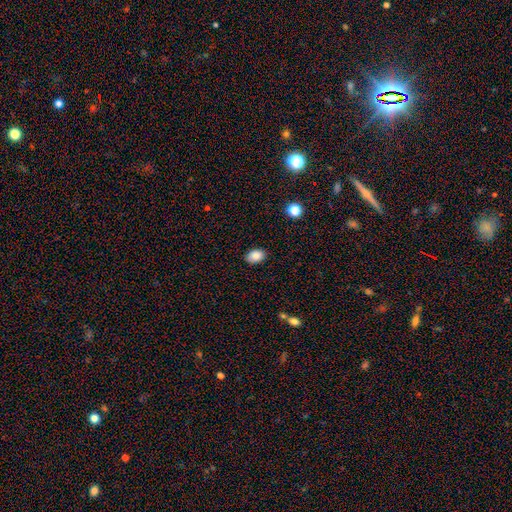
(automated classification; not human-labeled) Smooth or featured? Predicted: smooth (p=0.85). How rounded? Predicted: in between (p=0.86). Merging? Predicted: none (p=0.87).